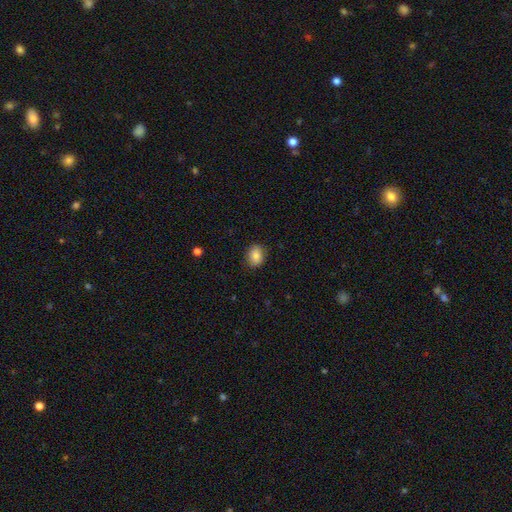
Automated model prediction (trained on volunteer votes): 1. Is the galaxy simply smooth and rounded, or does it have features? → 83% smooth, 9% star or artifact, 9% featured or disk.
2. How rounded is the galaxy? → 57% in between, 41% round, 1% cigar-shaped.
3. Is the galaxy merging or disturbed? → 87% none, 10% minor disturbance, 2% major disturbance, 1% merger.